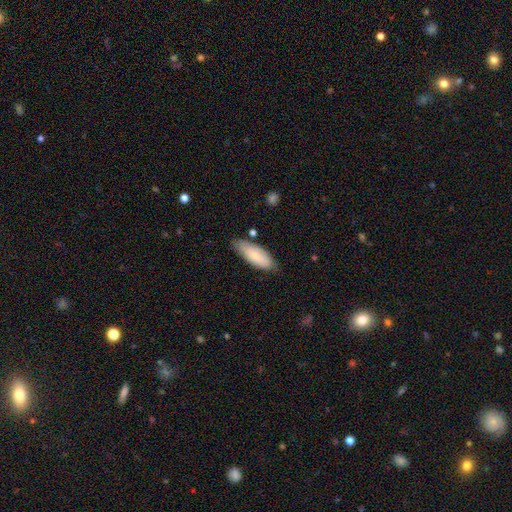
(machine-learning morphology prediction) smooth_or_featured: smooth (p=0.76) [alt: featured or disk p=0.18]
how_rounded: in between (p=0.74) [alt: cigar-shaped p=0.24]
merging: none (p=0.72) [alt: minor disturbance p=0.22]